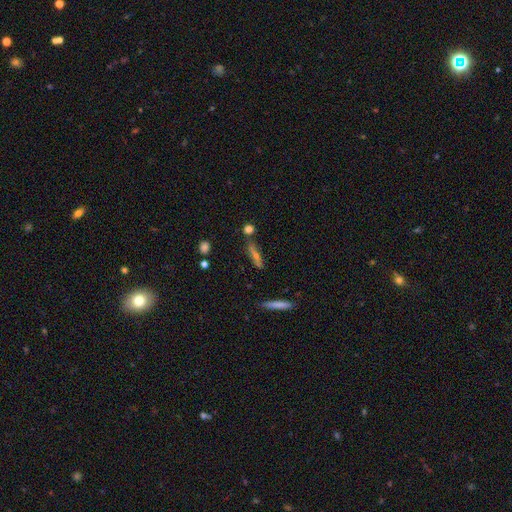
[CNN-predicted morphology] Smooth or featured? Predicted: featured or disk (p=0.45). Merging? Predicted: none (p=0.76).